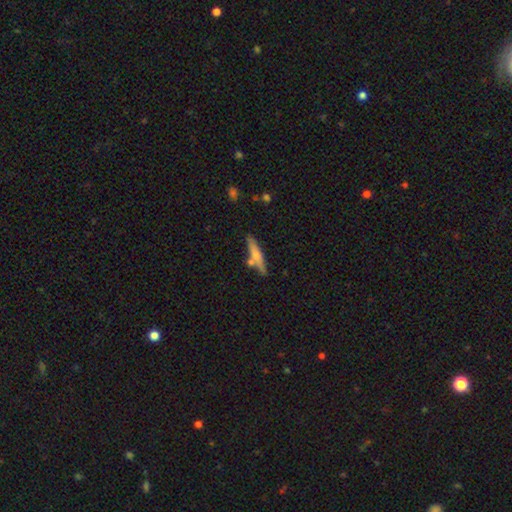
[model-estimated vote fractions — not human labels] Smooth or featured?
  - smooth: 60% *
  - featured or disk: 33%
  - star or artifact: 6%
How rounded?
  - cigar-shaped: 86% *
  - in between: 12%
  - round: 2%
Merging?
  - none: 68% *
  - merger: 15%
  - minor disturbance: 14%
  - major disturbance: 3%